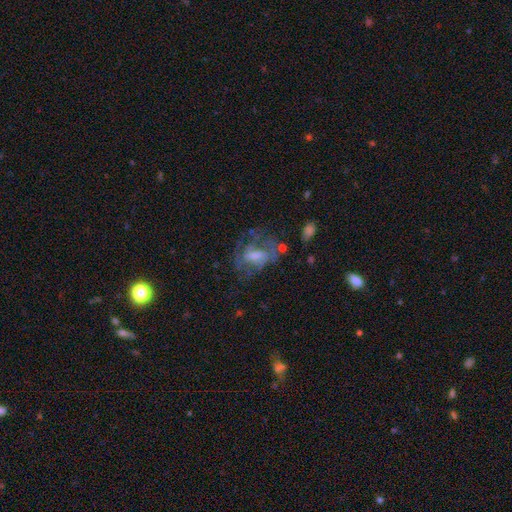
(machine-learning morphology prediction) Overall: featured or disk (61%; smooth 26%). Edge-on disk: no (96%). Bar: no (52%; weak 39%). Spiral arms: yes (54%; no 46%). Bulge size: moderate (39%; small 29%). Merging: none (45%; major disturbance 29%).